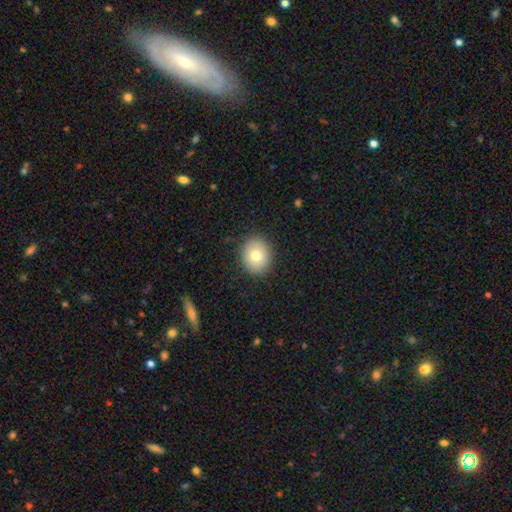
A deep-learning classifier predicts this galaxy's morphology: A smooth galaxy with no disk features (77%) that is round (65%). Merging: none (88%).